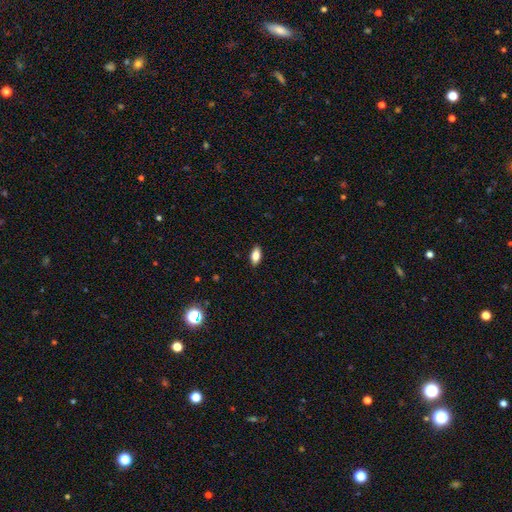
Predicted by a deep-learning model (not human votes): Smooth or featured: smooth — 82% (featured or disk — 11%)
How rounded: in between — 88% (cigar-shaped — 9%)
Merging: none — 89% (minor disturbance — 8%)